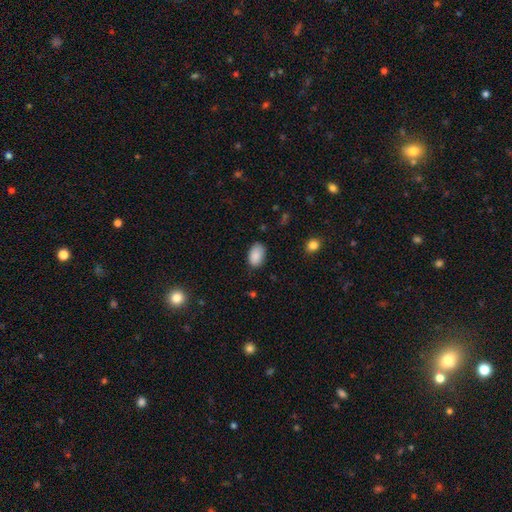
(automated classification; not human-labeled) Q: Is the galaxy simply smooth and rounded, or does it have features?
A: smooth — 89%.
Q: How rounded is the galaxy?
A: in between — 90%.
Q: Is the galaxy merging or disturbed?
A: none — 80%.